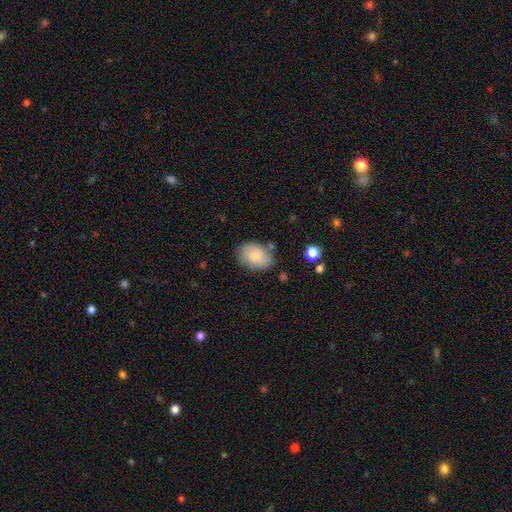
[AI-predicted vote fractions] A smooth galaxy with no disk features (77%) that is in between round and cigar-shaped (80%). Merging: none (71%).